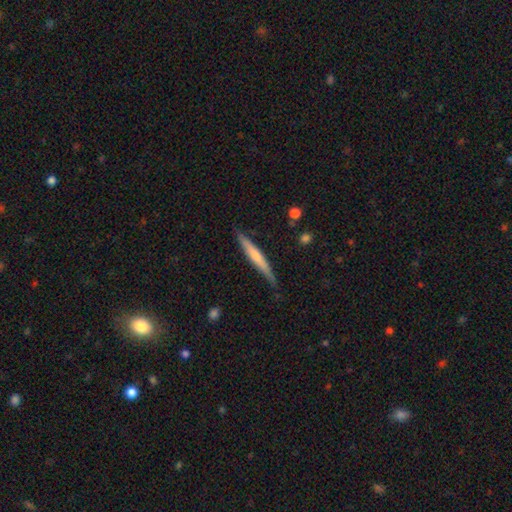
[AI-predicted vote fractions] Smooth or featured? Predicted: featured or disk (p=0.47, tied with smooth). Merging? Predicted: none (p=0.82).